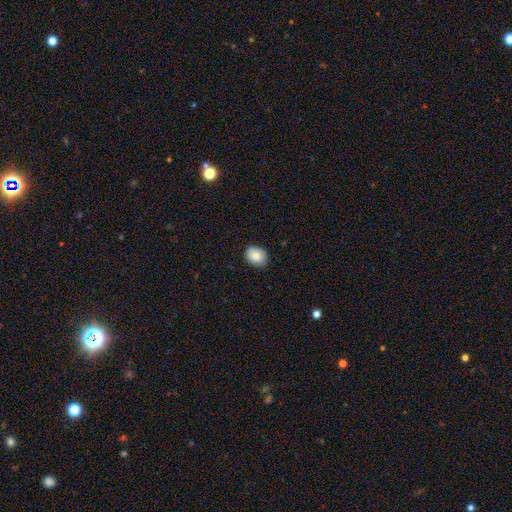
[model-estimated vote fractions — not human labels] This is clearly a smooth galaxy (83%). How rounded: possibly in between (55%). Merging: clearly none (81%).